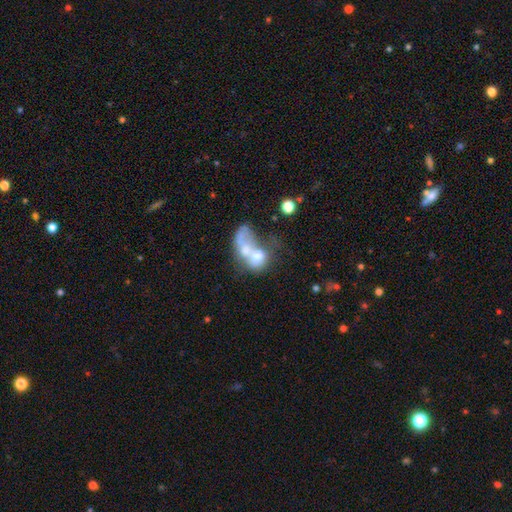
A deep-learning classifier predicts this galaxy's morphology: Overall: smooth (46%; featured or disk 43%). Merging: merger (69%).